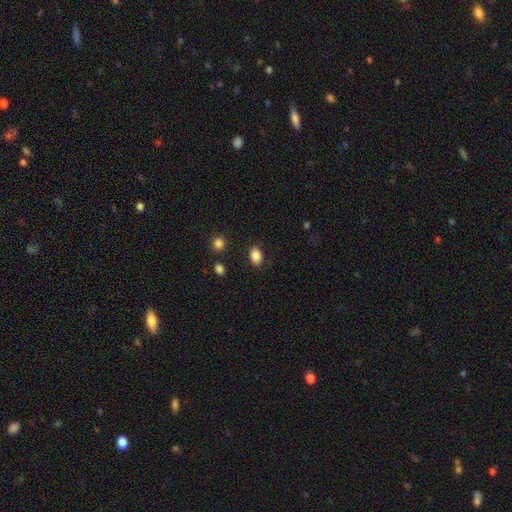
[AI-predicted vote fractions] Smooth or featured? smooth (86%)
How rounded? in between (86%)
Merging? none (86%)